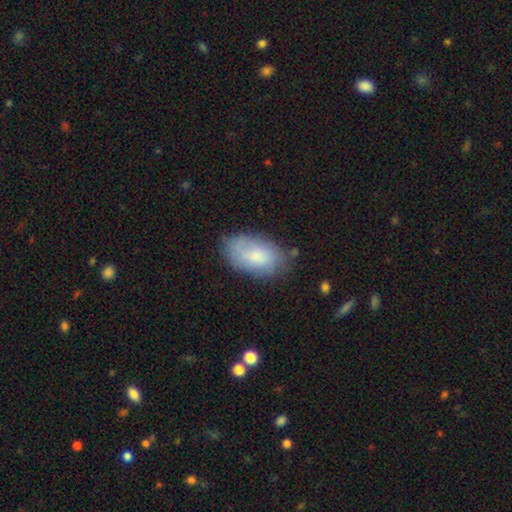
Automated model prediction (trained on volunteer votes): The model was most divided on "merging": none: 71%, minor disturbance: 21%, major disturbance: 6%, merger: 2%. More confident: how rounded — in between (94%); smooth or featured — smooth (73%).